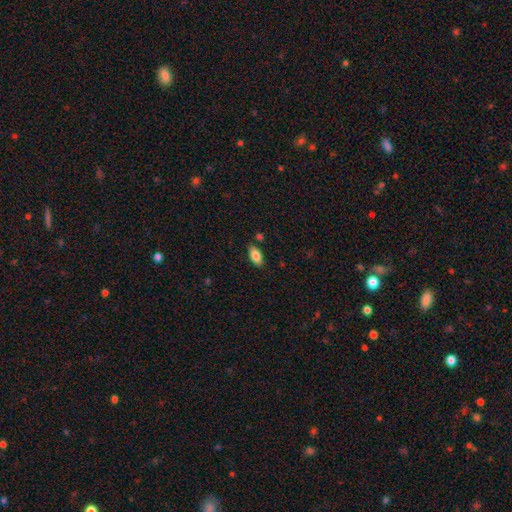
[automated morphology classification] A smooth galaxy with no disk features (82%) that is in between round and cigar-shaped (92%). Merging: none (84%).